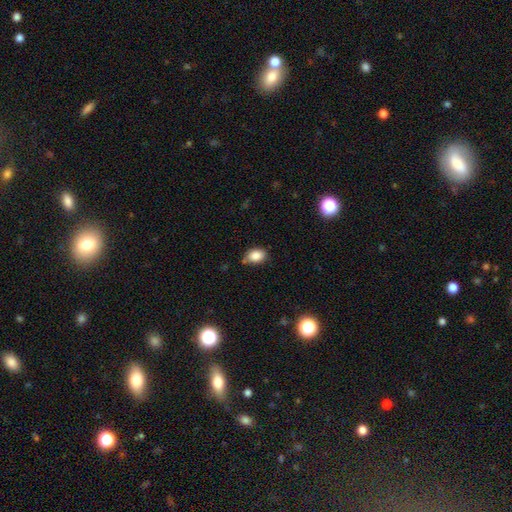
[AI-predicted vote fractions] This is clearly a smooth galaxy (86%). How rounded: likely in between (79%). Merging: likely none (73%).